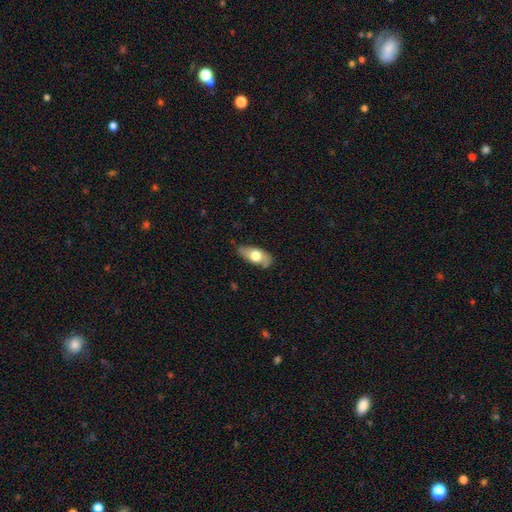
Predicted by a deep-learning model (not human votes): smooth-or-featured: smooth: 62% | featured or disk: 32% | star or artifact: 6%
  how-rounded: in between: 86% | cigar-shaped: 10% | round: 4%
  merging: none: 72% | minor disturbance: 22% | major disturbance: 4% | merger: 2%